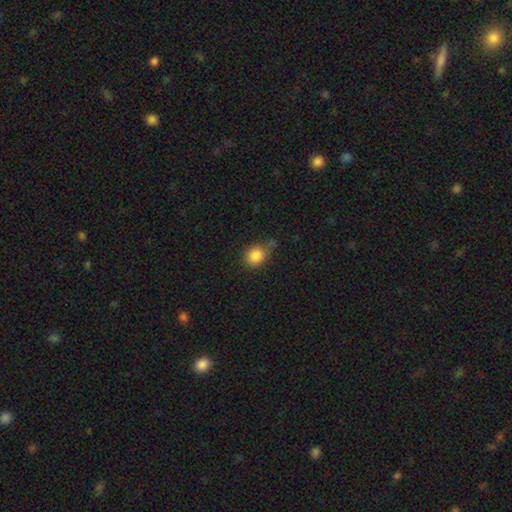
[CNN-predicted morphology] This is clearly a smooth galaxy (85%). How rounded: likely round (75%). Merging: possibly none (58%).